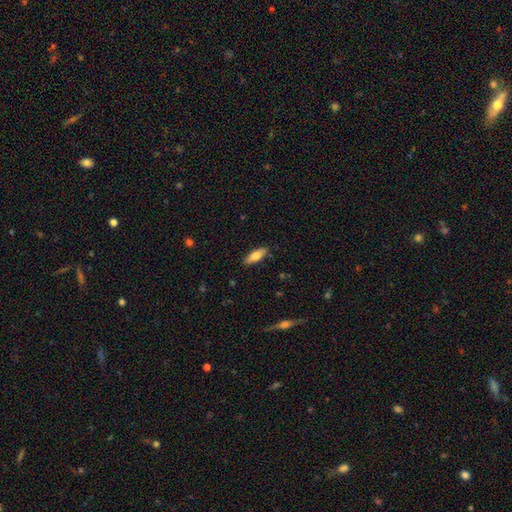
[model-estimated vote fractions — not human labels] The model was most divided on "how rounded": in between: 60%, cigar-shaped: 38%, round: 2%. More confident: merging — none (87%); smooth or featured — smooth (73%).